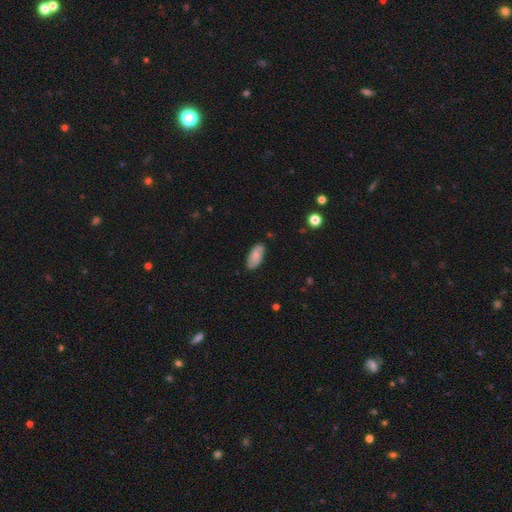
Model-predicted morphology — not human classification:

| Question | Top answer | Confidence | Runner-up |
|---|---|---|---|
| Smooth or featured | smooth | 70% | featured or disk (23%) |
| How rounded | in between | 89% | cigar-shaped (8%) |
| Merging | none | 80% | minor disturbance (16%) |